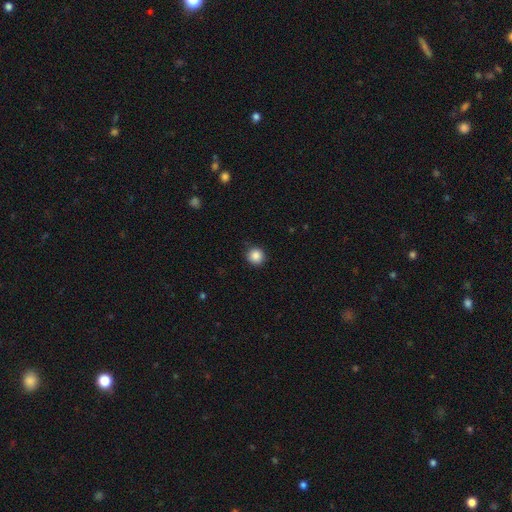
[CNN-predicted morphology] Smooth or featured? Predicted: smooth (p=0.87). How rounded? Predicted: round (p=0.93). Merging? Predicted: none (p=0.89).